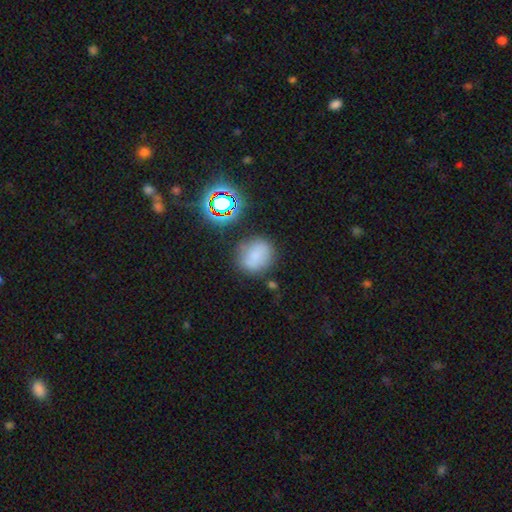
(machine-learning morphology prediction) Q: Smooth or featured?
A: smooth (71%); runner-up: star or artifact (17%)
Q: How rounded?
A: round (75%); runner-up: in between (24%)
Q: Merging?
A: none (71%); runner-up: minor disturbance (17%)